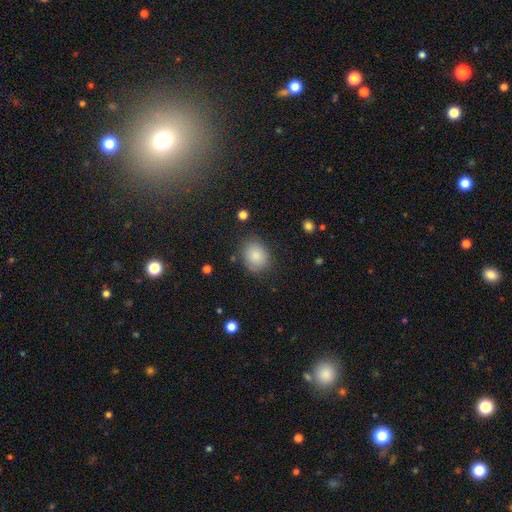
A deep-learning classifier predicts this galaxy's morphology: smooth_or_featured: smooth (p=0.84) [alt: star or artifact p=0.09]
how_rounded: round (p=0.54) [alt: in between p=0.45]
merging: none (p=0.79) [alt: minor disturbance p=0.15]